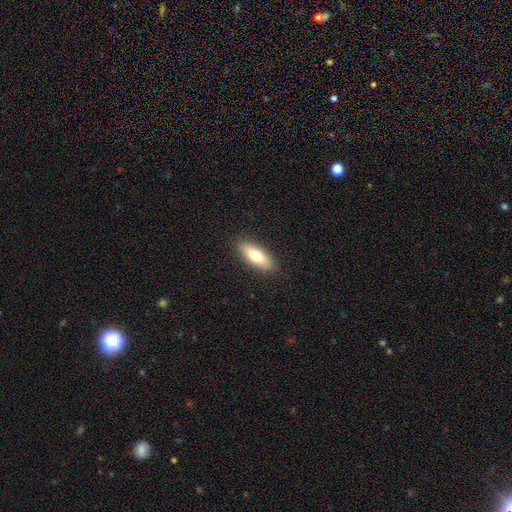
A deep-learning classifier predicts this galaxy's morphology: type=smooth (73%); roundness=in between (71%); merging=none (89%).